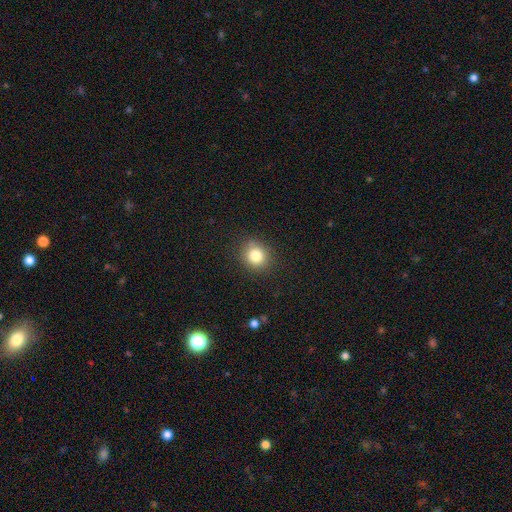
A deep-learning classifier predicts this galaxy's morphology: type=smooth (82%); roundness=round (82%); merging=none (86%).